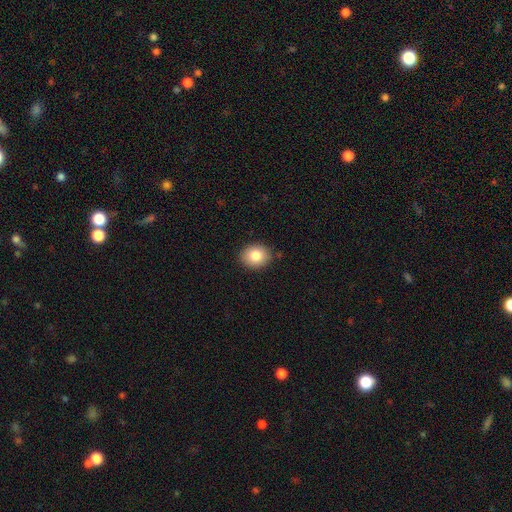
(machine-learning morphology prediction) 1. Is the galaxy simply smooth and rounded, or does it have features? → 82% smooth, 9% star or artifact, 9% featured or disk.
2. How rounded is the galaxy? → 56% round, 43% in between, 1% cigar-shaped.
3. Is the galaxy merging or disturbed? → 88% none, 9% minor disturbance, 2% major disturbance, 1% merger.